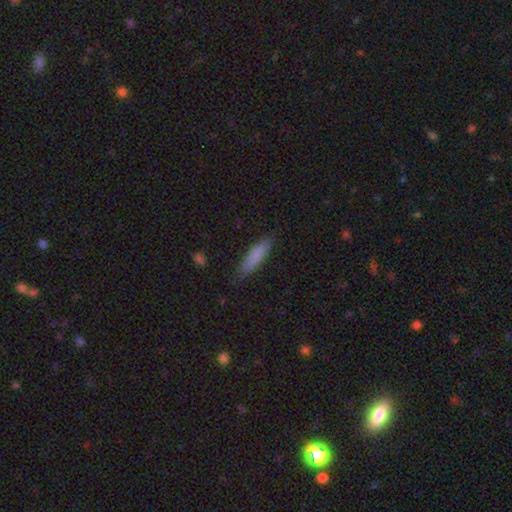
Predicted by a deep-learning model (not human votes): This is clearly a smooth galaxy (83%). How rounded: likely cigar-shaped (70%). Merging: clearly none (81%).